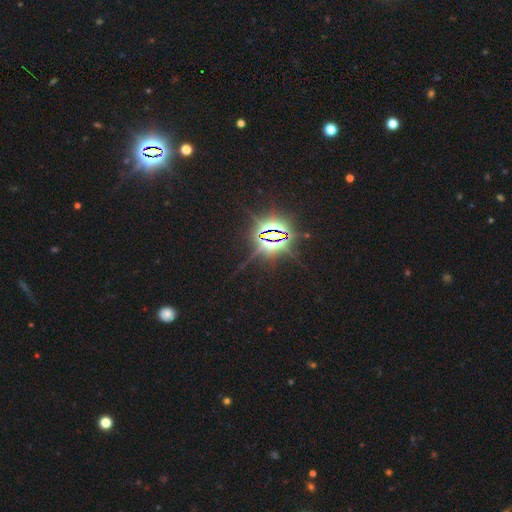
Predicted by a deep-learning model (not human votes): star or artifact 85%, smooth 9%, featured or disk 6%.